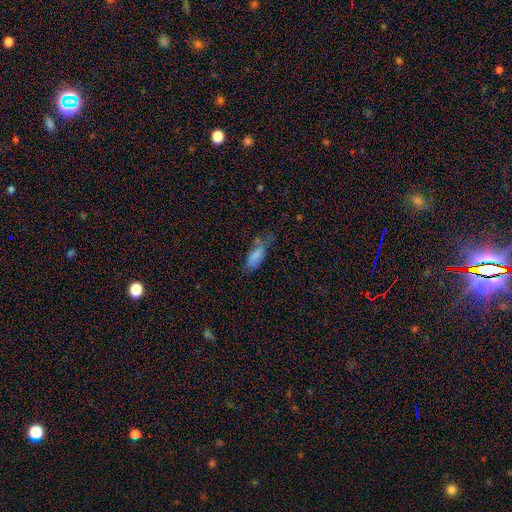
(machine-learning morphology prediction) smooth_or_featured: smooth (p=0.77) [alt: featured or disk p=0.13]
how_rounded: in between (p=0.78) [alt: cigar-shaped p=0.19]
merging: none (p=0.41) [alt: minor disturbance p=0.35]